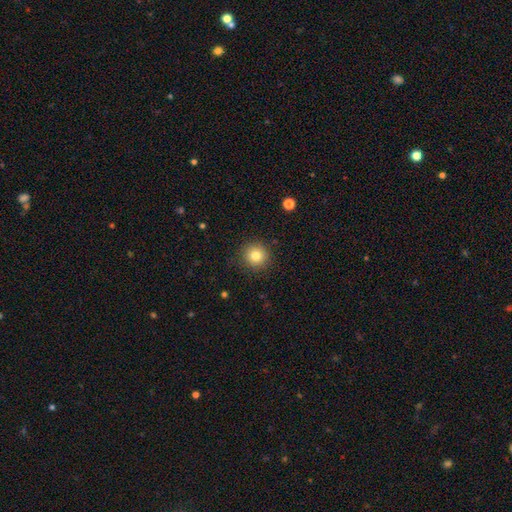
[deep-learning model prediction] This appears to be a smooth galaxy with no disk features (82%) that is round (94%). Merging: none (89%).